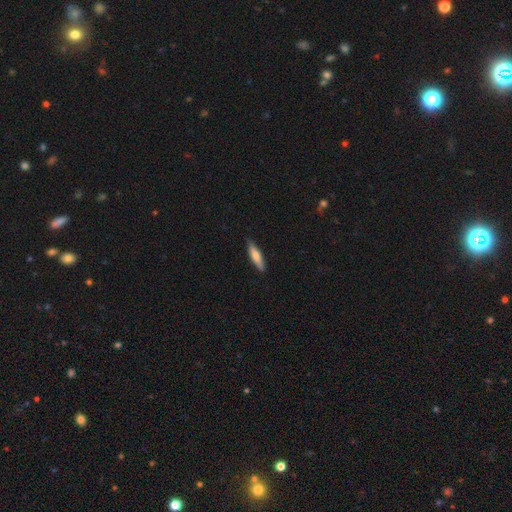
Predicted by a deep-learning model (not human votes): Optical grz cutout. It shows a smooth galaxy with no disk features (67%) that is cigar-shaped (78%). Merging: none (86%).